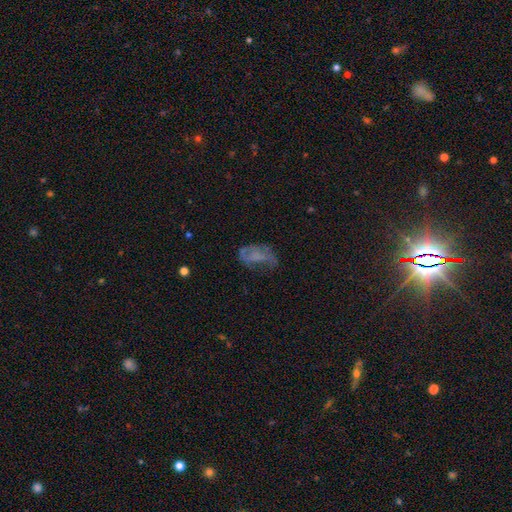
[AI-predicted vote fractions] This is possibly a featured or disk galaxy (45%). Merging: marginally none (39%).